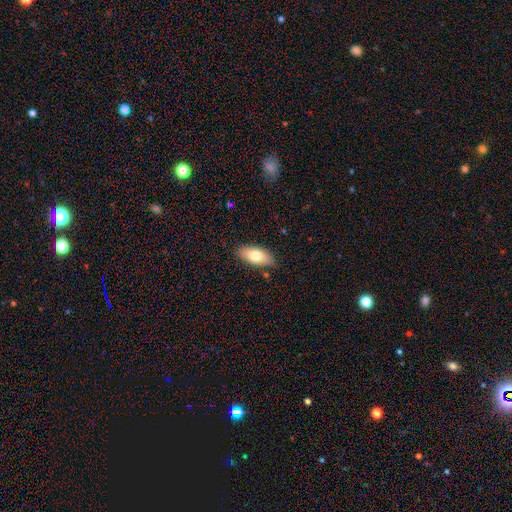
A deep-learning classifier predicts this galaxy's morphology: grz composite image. It shows a smooth galaxy with no disk features (76%) that is in between round and cigar-shaped (89%). Merging: none (84%).